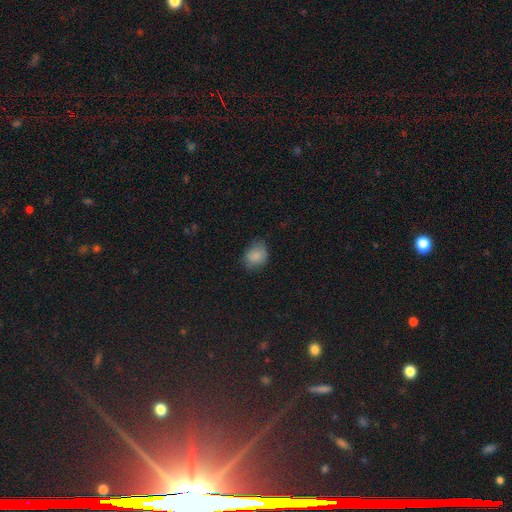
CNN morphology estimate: type=smooth (84%); roundness=round (50%); merging=none (66%).